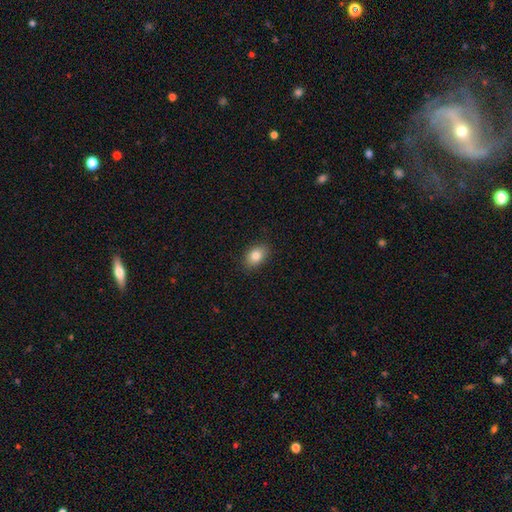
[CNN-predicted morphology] Smooth or featured? Predicted: smooth (p=0.82). How rounded? Predicted: in between (p=0.80). Merging? Predicted: none (p=0.88).